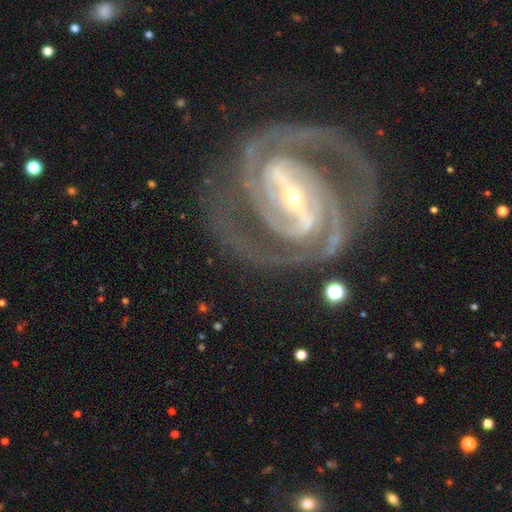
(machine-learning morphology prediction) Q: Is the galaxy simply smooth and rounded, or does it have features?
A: featured or disk — 93%.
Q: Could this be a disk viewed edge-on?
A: no — 97%.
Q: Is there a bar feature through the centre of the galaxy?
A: strong — 78%.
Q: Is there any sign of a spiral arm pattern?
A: yes — 98%.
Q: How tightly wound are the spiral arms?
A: tight — 55%.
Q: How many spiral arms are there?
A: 2 — 65%.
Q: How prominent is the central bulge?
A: small — 84%.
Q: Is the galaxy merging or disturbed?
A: none — 74%.